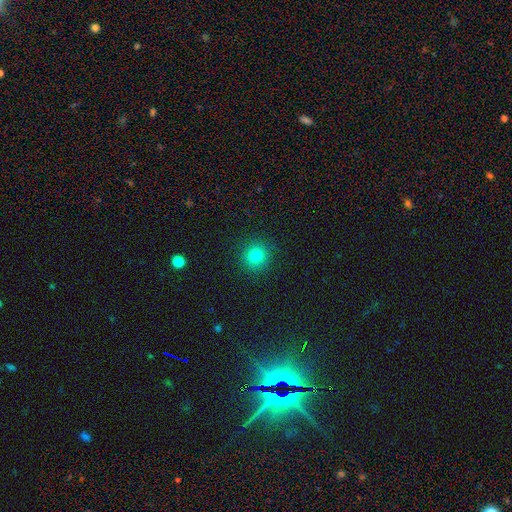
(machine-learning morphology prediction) Smooth or featured?
  - smooth: 80% *
  - star or artifact: 14%
  - featured or disk: 6%
How rounded?
  - round: 93% *
  - in between: 6%
  - cigar-shaped: 1%
Merging?
  - none: 91% *
  - minor disturbance: 6%
  - major disturbance: 2%
  - merger: 1%